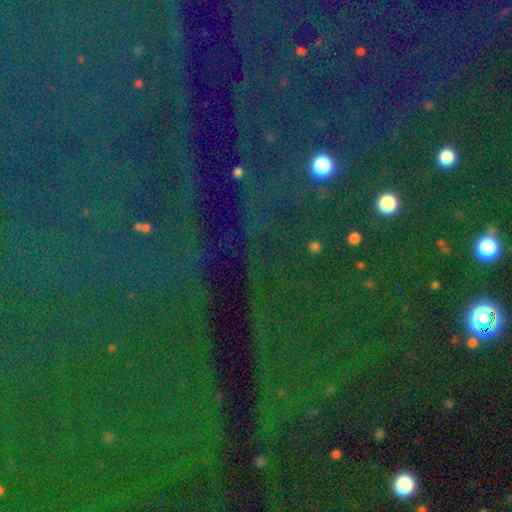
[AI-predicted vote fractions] Smooth or featured?
  - star or artifact: 85% *
  - smooth: 8%
  - featured or disk: 7%